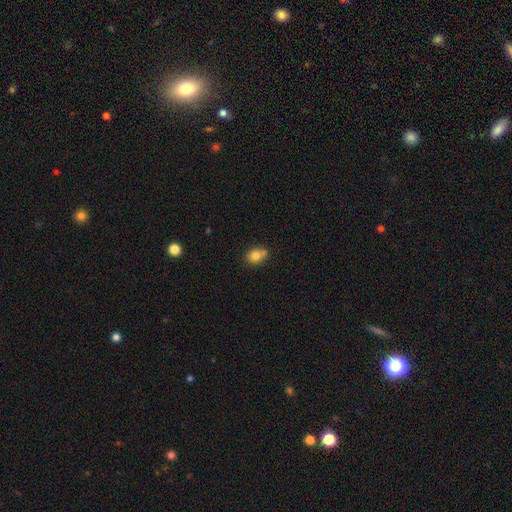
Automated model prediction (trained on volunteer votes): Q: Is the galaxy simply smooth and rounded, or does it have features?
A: smooth — 79%.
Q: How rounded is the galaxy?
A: round — 60%.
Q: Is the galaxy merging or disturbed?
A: none — 53%.